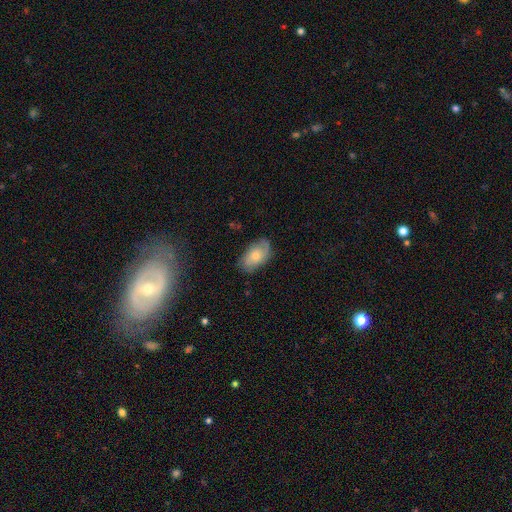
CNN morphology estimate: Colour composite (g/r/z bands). It shows a smooth galaxy with no disk features (53%) that is in between round and cigar-shaped (91%). Merging: none (70%).